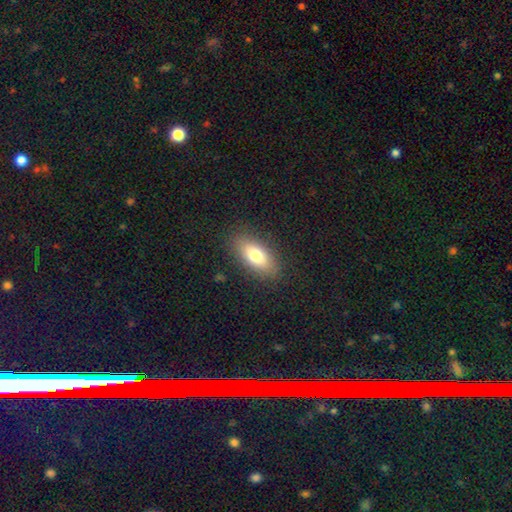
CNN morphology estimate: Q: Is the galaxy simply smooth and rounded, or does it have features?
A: smooth — 75%.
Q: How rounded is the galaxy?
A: in between — 85%.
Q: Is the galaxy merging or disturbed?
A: none — 86%.